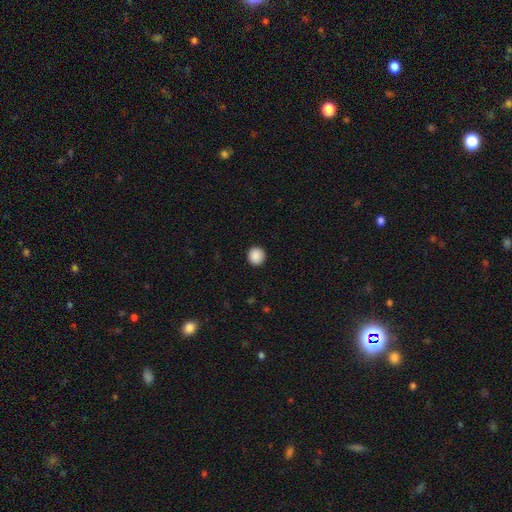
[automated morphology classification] smooth_or_featured: smooth (p=0.89) [alt: star or artifact p=0.09]
how_rounded: round (p=0.94) [alt: in between p=0.05]
merging: none (p=0.92) [alt: minor disturbance p=0.05]